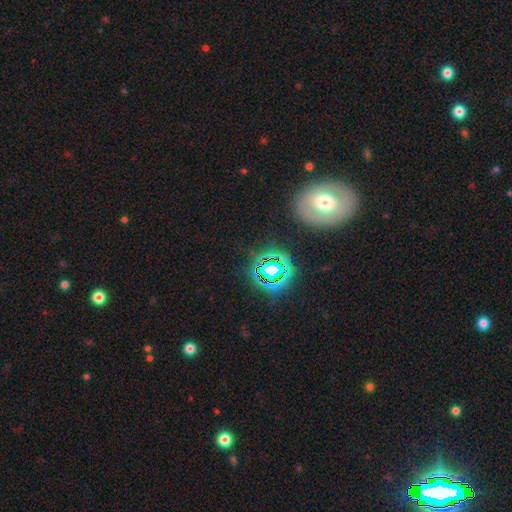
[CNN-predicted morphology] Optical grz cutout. It shows a smooth galaxy with no disk features (35%). Merging: none (84%).